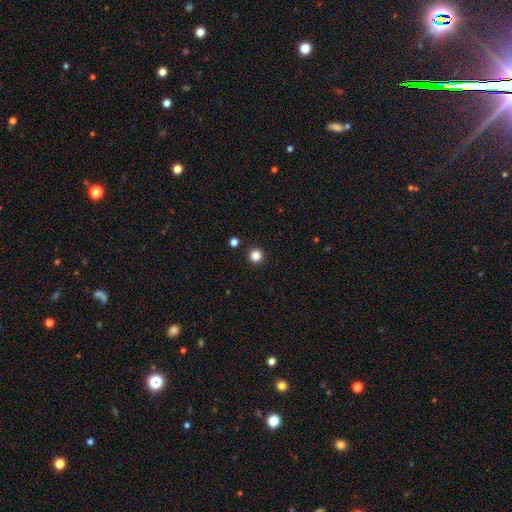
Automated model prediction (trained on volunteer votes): This is clearly a smooth galaxy (84%). How rounded: clearly round (96%). Merging: clearly none (93%).